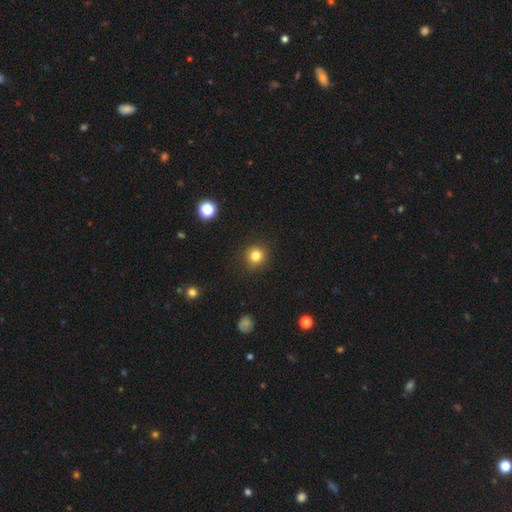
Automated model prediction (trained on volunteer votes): This is clearly a smooth galaxy (82%). How rounded: clearly round (92%). Merging: clearly none (90%).